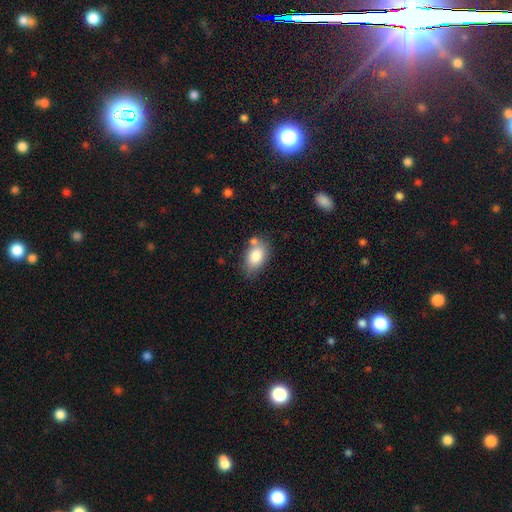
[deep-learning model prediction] smooth_or_featured: smooth (p=0.83) [alt: featured or disk p=0.10]
how_rounded: in between (p=0.88) [alt: round p=0.10]
merging: none (p=0.60) [alt: minor disturbance p=0.21]